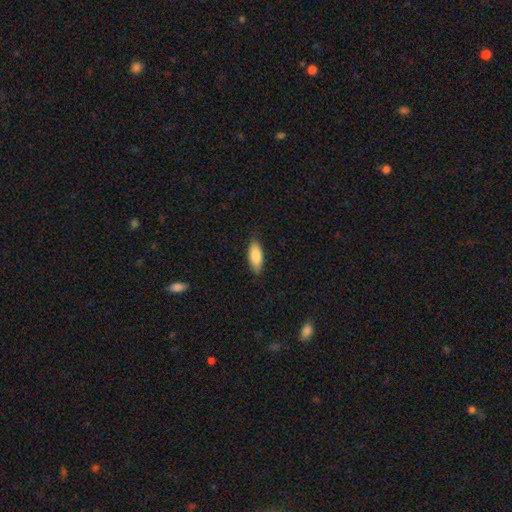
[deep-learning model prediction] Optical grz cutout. It shows a smooth galaxy with no disk features (86%) that is in between round and cigar-shaped (78%). Merging: none (82%).